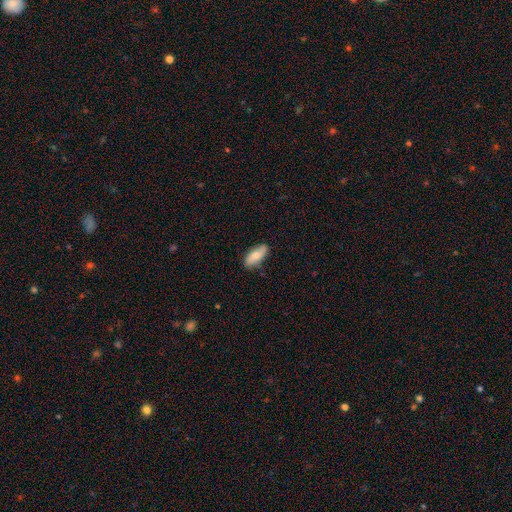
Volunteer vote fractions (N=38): Volunteers were most divided on "merging": none: 77%, minor disturbance: 23%, major disturbance: 0%, merger: 0%. More confident: how rounded — in between (86%); smooth or featured — smooth (76%).